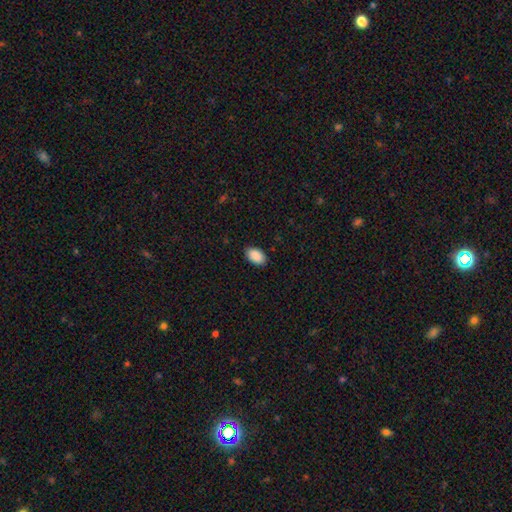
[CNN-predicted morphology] Smooth or featured? Predicted: smooth (p=0.91). How rounded? Predicted: in between (p=0.93). Merging? Predicted: none (p=0.88).